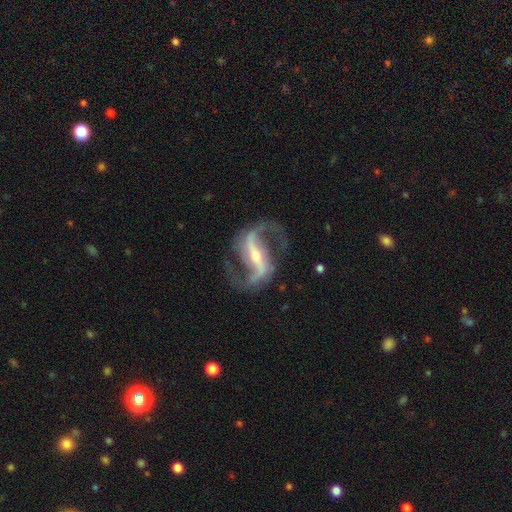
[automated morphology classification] This is clearly a featured or disk galaxy (92%). It is clearly not viewed edge-on (96%). Bar: likely strong (68%). Spiral arm pattern: clearly yes (97%). Spiral arm count: clearly 2 (94%). Spiral winding: possibly loose (53%). Central bulge: possibly small (60%). Merging: likely none (78%).